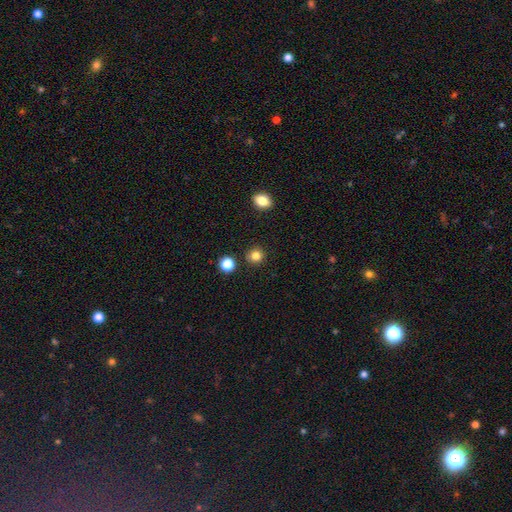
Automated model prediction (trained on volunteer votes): A smooth galaxy with no disk features (83%) that is round (91%). Merging: none (88%).